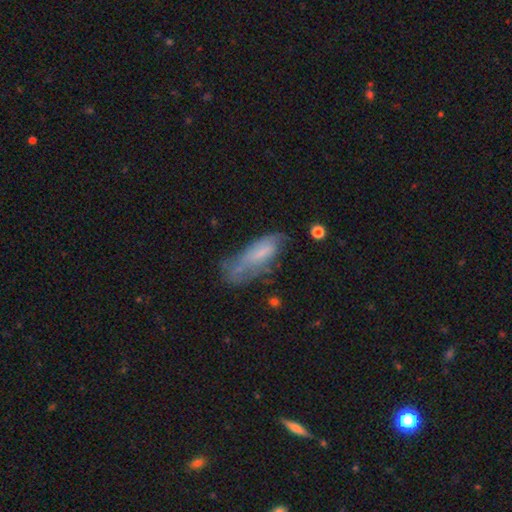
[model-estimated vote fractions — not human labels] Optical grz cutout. It shows a smooth galaxy with no disk features (53%) that is in between round and cigar-shaped (54%). Merging: none (44%).